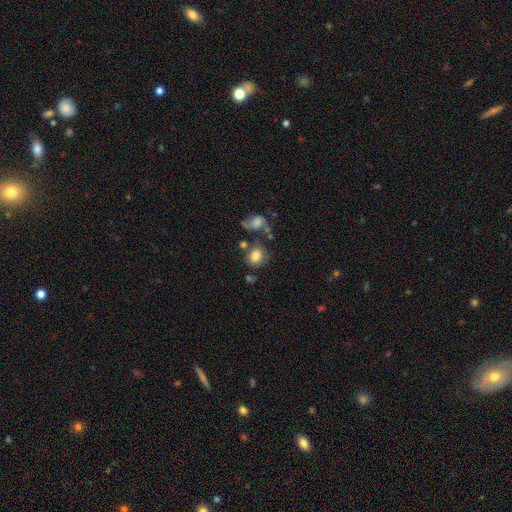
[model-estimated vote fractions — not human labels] Morphology: type=smooth (79%); roundness=round (52%); merging=none (57%).